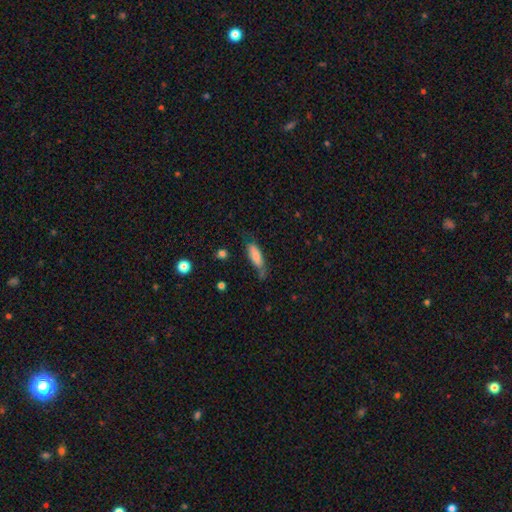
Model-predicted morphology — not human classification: Smooth or featured?
  - smooth: 79% *
  - featured or disk: 15%
  - star or artifact: 7%
How rounded?
  - in between: 57% *
  - cigar-shaped: 41%
  - round: 2%
Merging?
  - none: 52% *
  - minor disturbance: 33%
  - major disturbance: 12%
  - merger: 3%